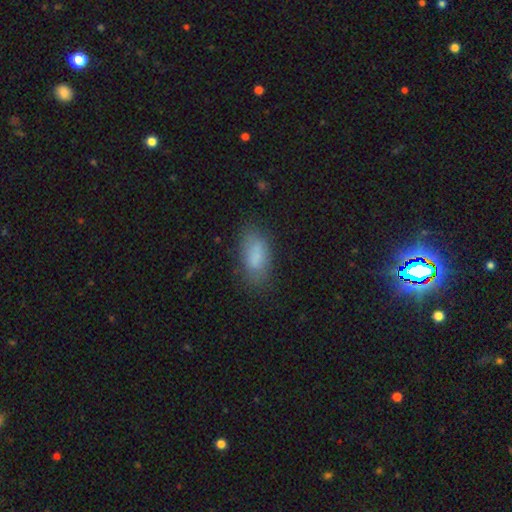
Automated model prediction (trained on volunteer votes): smooth-or-featured: smooth: 80% | featured or disk: 12% | star or artifact: 8%
  how-rounded: in between: 88% | cigar-shaped: 8% | round: 3%
  merging: none: 70% | minor disturbance: 21% | major disturbance: 7% | merger: 2%